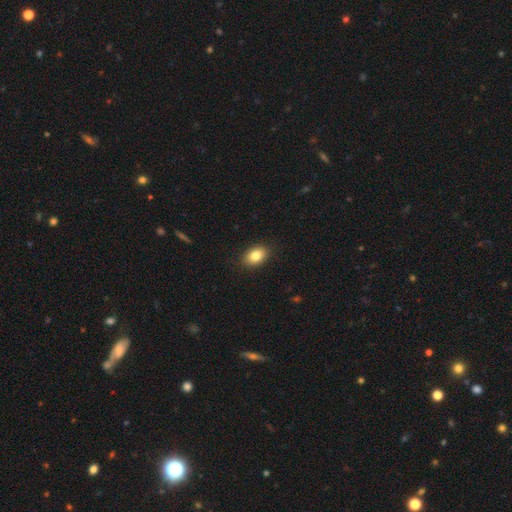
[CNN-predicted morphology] Smooth or featured: smooth — 83% (star or artifact — 8%)
How rounded: in between — 82% (round — 17%)
Merging: none — 88% (minor disturbance — 9%)